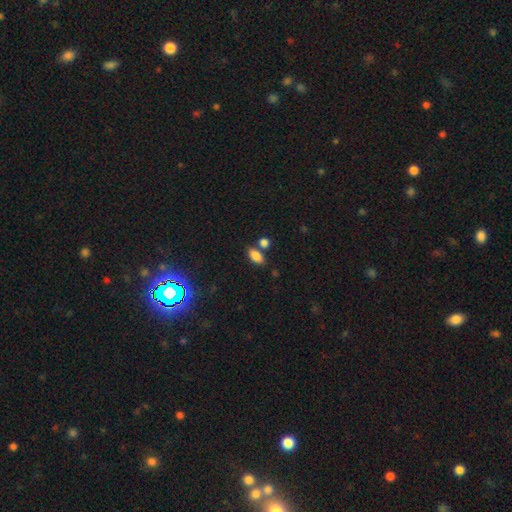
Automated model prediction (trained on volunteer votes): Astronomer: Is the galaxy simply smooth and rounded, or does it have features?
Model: smooth — 83%.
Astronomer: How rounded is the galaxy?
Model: in between — 88%.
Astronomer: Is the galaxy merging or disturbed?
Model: none — 65%.